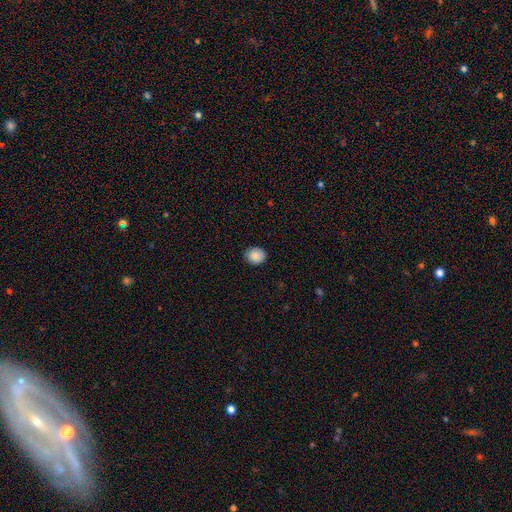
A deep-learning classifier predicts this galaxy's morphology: smooth 88%, star or artifact 8%, featured or disk 3%. Down the decision tree: how rounded — round (76%); merging — none (88%).